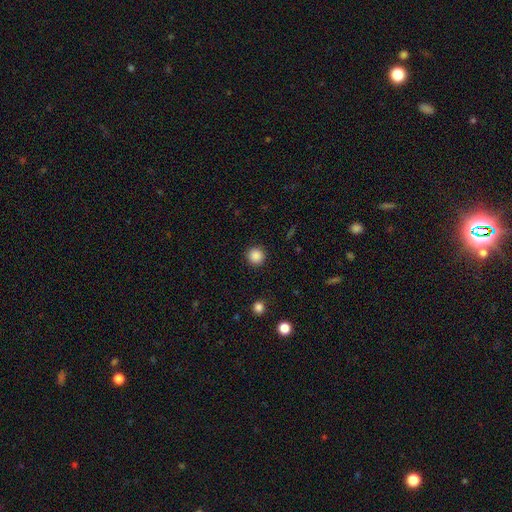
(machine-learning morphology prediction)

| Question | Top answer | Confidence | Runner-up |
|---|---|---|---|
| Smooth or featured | smooth | 87% | star or artifact (10%) |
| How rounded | round | 95% | in between (4%) |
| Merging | none | 92% | minor disturbance (5%) |